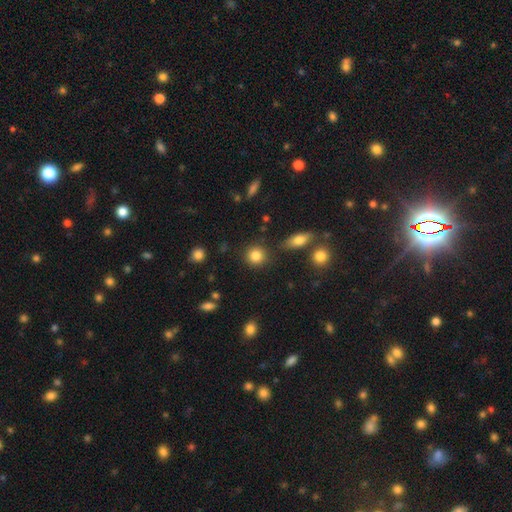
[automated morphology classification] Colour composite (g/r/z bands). It shows a smooth galaxy with no disk features (85%) that is round (90%). Merging: none (86%).